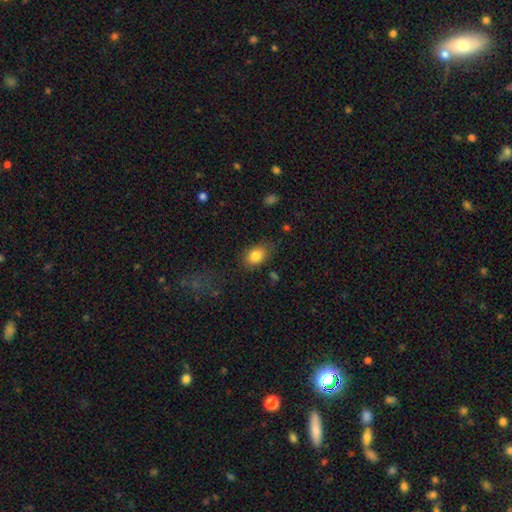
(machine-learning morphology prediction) This appears to be a smooth galaxy with no disk features (84%) that is in between round and cigar-shaped (78%). Merging: none (77%).